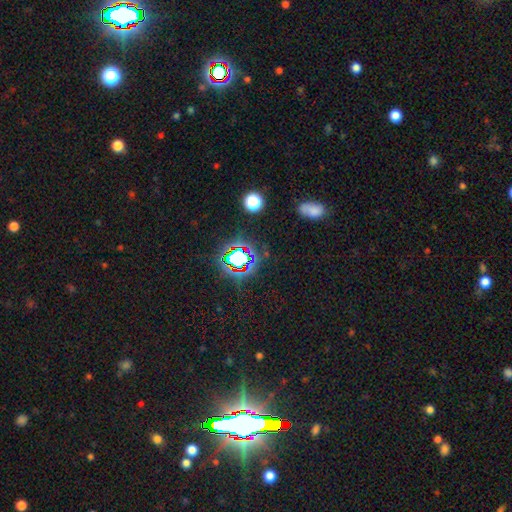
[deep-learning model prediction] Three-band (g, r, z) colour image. It shows a star or artifact, not a galaxy (80%).